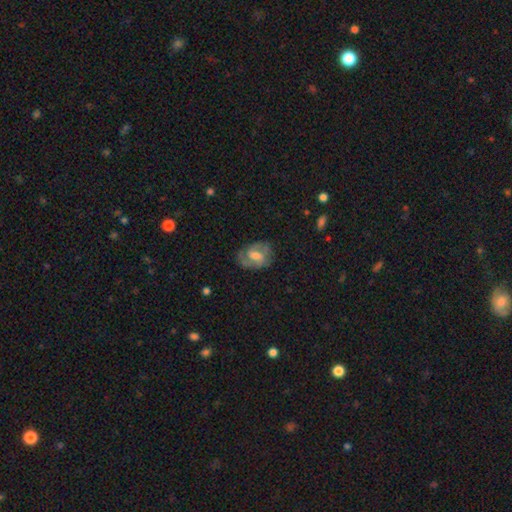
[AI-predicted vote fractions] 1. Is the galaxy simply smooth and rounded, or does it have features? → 66% featured or disk, 27% smooth, 8% star or artifact.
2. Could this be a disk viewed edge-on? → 96% no, 4% yes.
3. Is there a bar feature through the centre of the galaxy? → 52% weak, 33% no, 16% strong.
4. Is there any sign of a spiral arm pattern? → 85% yes, 15% no.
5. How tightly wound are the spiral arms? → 47% medium, 36% tight, 17% loose.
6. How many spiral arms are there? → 72% 2, 15% can't tell, 6% 1, 4% 3, 1% 4, 1% more than 4.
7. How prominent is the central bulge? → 53% moderate, 23% small, 15% large, 7% none, 1% dominant.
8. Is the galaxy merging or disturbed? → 68% none, 21% minor disturbance, 10% major disturbance, 1% merger.